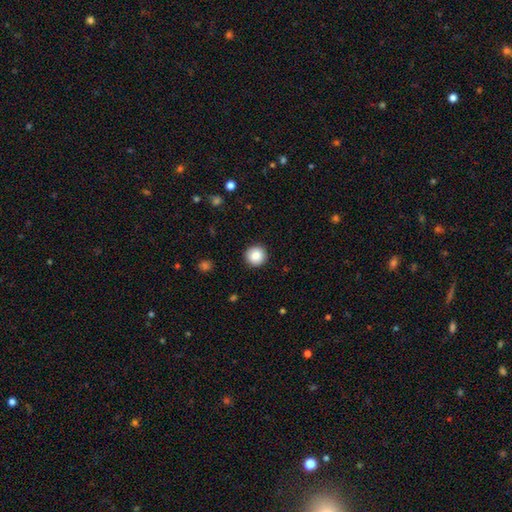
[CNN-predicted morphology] A smooth galaxy with no disk features (86%) that is round (95%).

Vote fractions:
- Smooth or featured? smooth: 86% / star or artifact: 9% / featured or disk: 5%
- How rounded? round: 95% / in between: 4% / cigar-shaped: 1%
- Merging? none: 92% / minor disturbance: 5% / major disturbance: 2% / merger: 1%